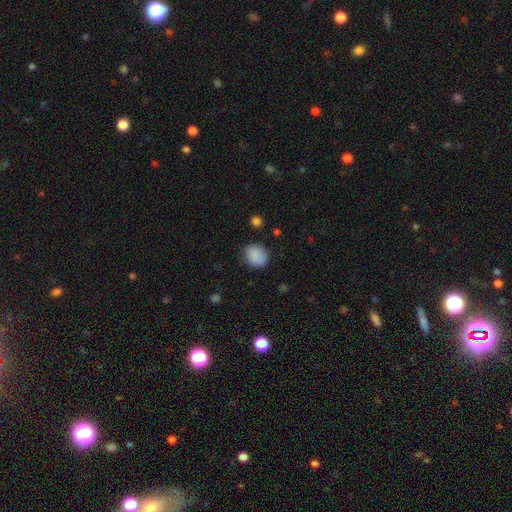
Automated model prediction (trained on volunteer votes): Smooth or featured: smooth — 87% (star or artifact — 8%)
How rounded: round — 69% (in between — 30%)
Merging: none — 83% (minor disturbance — 12%)